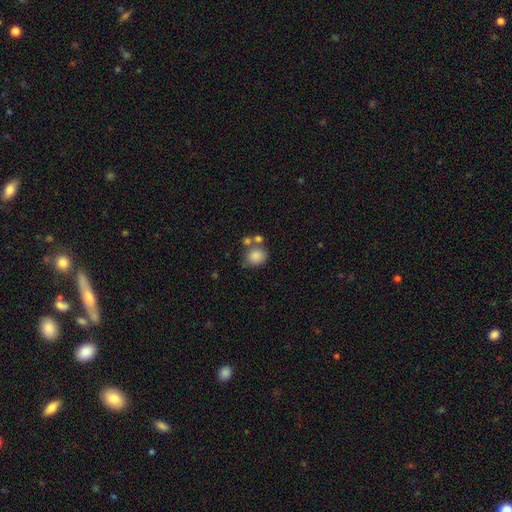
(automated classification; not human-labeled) This appears to be a smooth galaxy with no disk features (83%) that is round (62%). Merging: none (52%).